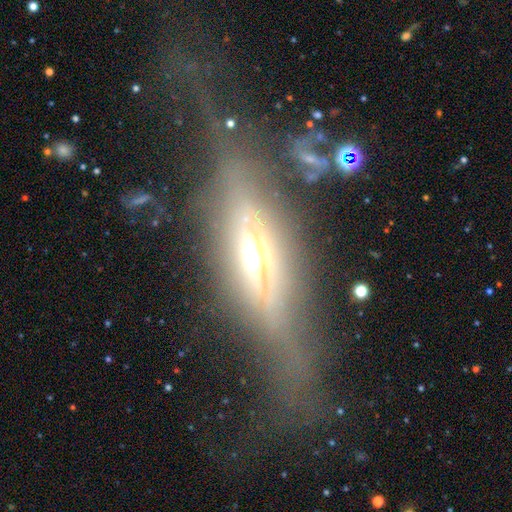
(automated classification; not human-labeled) Smooth or featured?
  - featured or disk: 68% *
  - smooth: 21%
  - star or artifact: 11%
Edge-on disk?
  - yes: 71% *
  - no: 29%
Merging?
  - none: 41% *
  - major disturbance: 34%
  - minor disturbance: 21%
  - merger: 4%